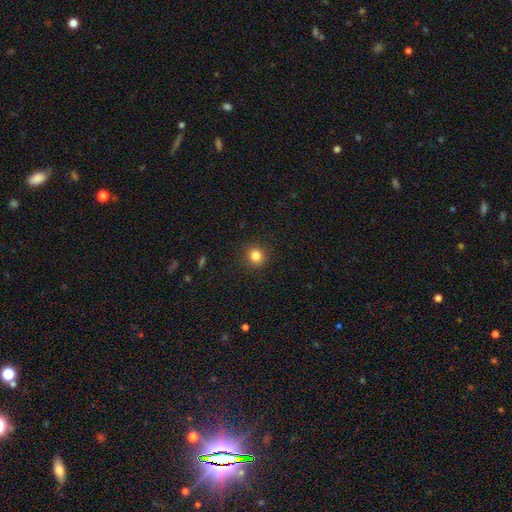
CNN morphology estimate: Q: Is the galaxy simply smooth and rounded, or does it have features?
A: smooth — 83%.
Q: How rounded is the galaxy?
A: round — 91%.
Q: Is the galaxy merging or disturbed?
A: none — 91%.